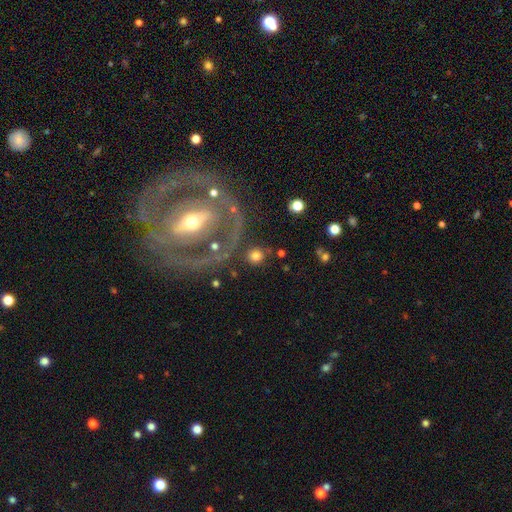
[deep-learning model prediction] smooth-or-featured: smooth: 71% | featured or disk: 19% | star or artifact: 10%
  how-rounded: round: 89% | in between: 10% | cigar-shaped: 1%
  merging: none: 80% | minor disturbance: 8% | merger: 6% | major disturbance: 6%